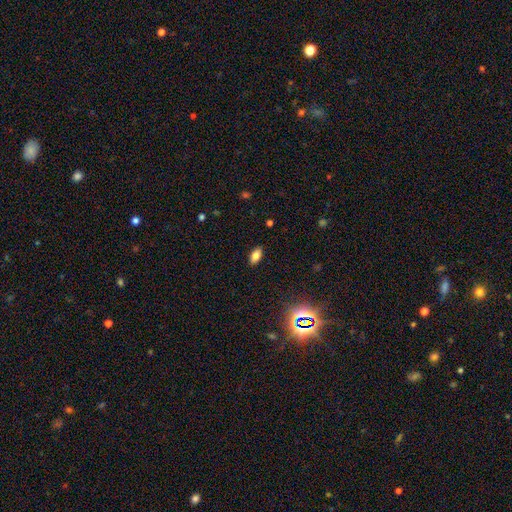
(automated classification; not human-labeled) Smooth or featured?
  - smooth: 78% *
  - star or artifact: 12%
  - featured or disk: 10%
How rounded?
  - in between: 90% *
  - cigar-shaped: 5%
  - round: 4%
Merging?
  - none: 88% *
  - minor disturbance: 9%
  - major disturbance: 2%
  - merger: 1%